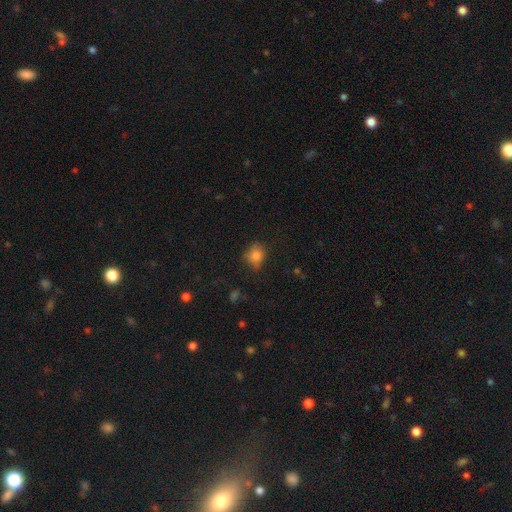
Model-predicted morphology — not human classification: This appears to be a smooth galaxy with no disk features (78%) that is round (57%). Merging: none (64%).